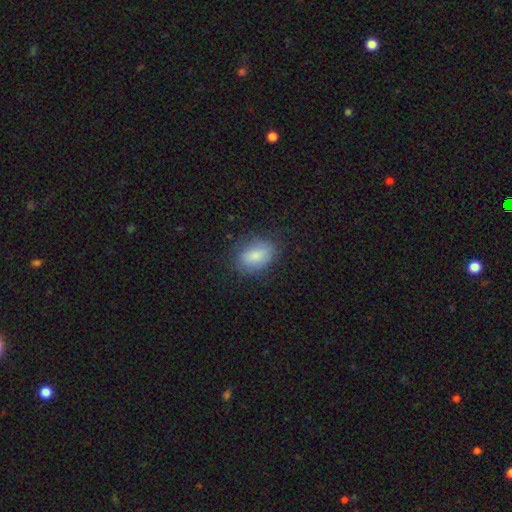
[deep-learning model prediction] This is clearly a smooth galaxy (83%). How rounded: clearly in between (81%). Merging: likely none (76%).